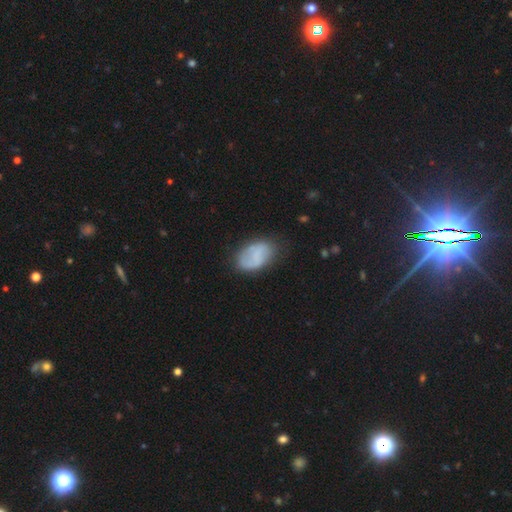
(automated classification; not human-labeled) The model was most divided on "merging": none: 66%, minor disturbance: 24%, major disturbance: 8%, merger: 2%. More confident: how rounded — in between (90%); smooth or featured — smooth (67%).